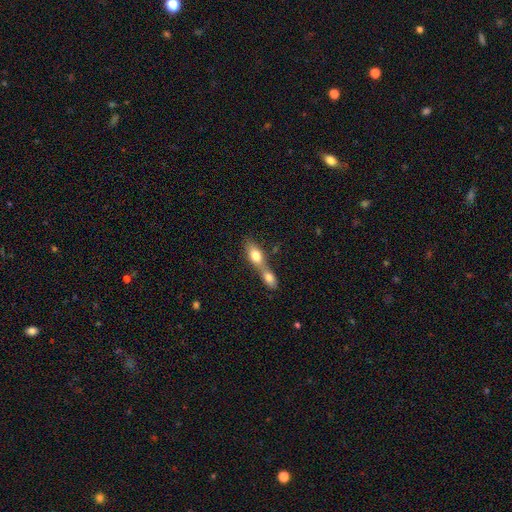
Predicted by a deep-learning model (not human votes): smooth_or_featured: smooth (p=0.74) [alt: featured or disk p=0.19]
how_rounded: in between (p=0.75) [alt: cigar-shaped p=0.12]
merging: merger (p=0.74) [alt: none p=0.17]